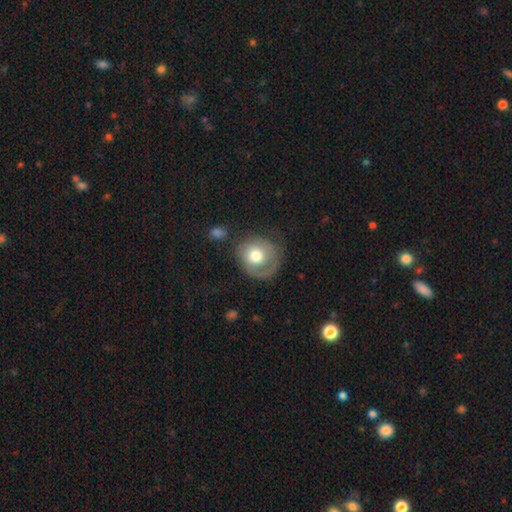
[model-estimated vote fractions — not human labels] This is likely a smooth galaxy (61%). How rounded: likely round (79%). Merging: possibly none (52%).